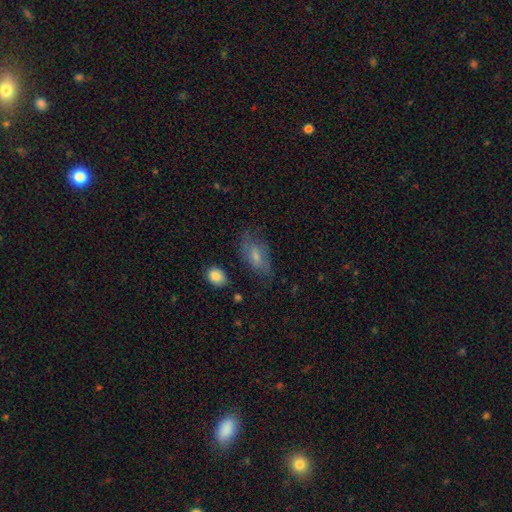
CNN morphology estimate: The model was most divided on "smooth or featured": smooth: 59%, featured or disk: 31%, star or artifact: 10%. More confident: how rounded — in between (86%); merging — none (60%).